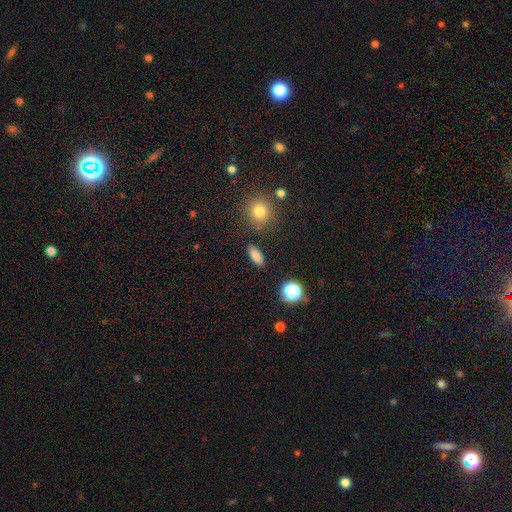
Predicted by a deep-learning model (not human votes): Smooth or featured? smooth (83%)
How rounded? in between (80%)
Merging? none (88%)